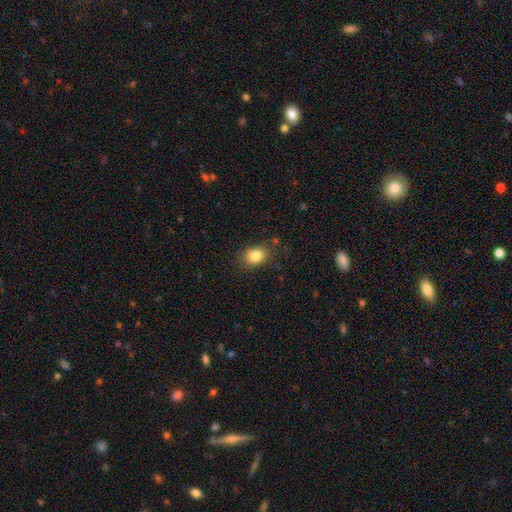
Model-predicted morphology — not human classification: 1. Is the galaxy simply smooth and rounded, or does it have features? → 83% smooth, 10% star or artifact, 7% featured or disk.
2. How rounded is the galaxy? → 58% in between, 41% round, 1% cigar-shaped.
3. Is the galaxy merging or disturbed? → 79% none, 15% minor disturbance, 4% major disturbance, 2% merger.